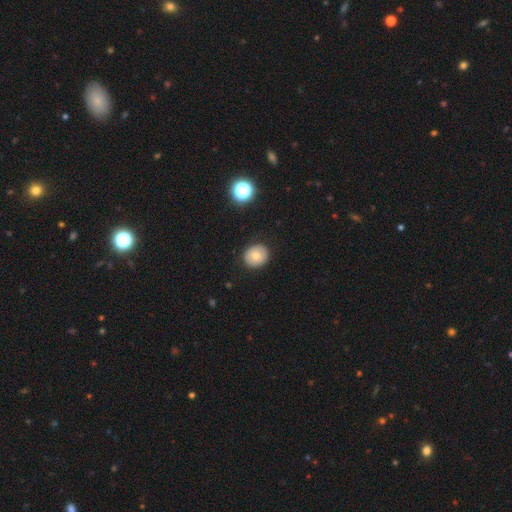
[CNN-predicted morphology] smooth 69%, featured or disk 21%, star or artifact 10%. Down the decision tree: how rounded — round (82%); merging — none (89%).